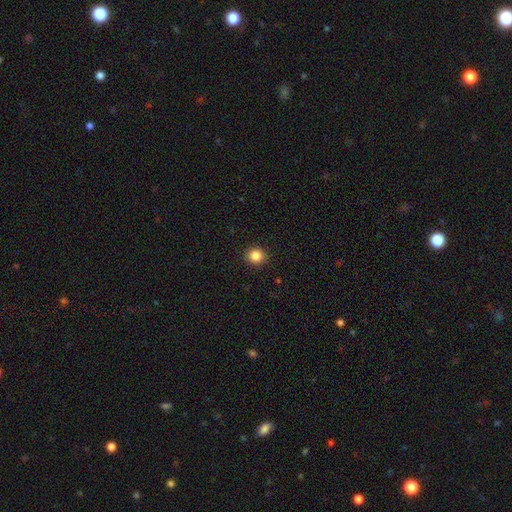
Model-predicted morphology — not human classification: Smooth or featured: smooth — 86% (star or artifact — 11%)
How rounded: round — 89% (in between — 10%)
Merging: none — 92% (minor disturbance — 5%)